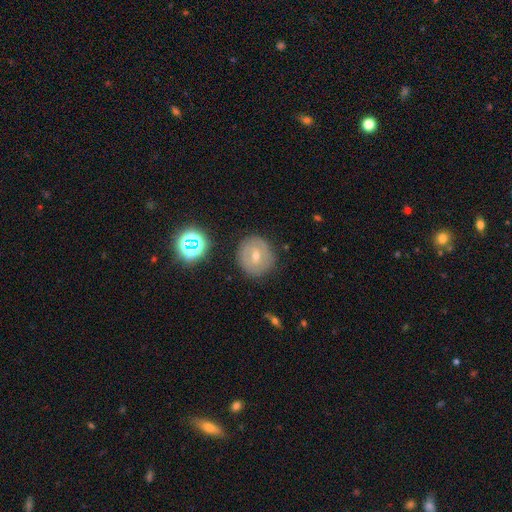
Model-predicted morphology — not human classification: featured or disk 53%, smooth 33%, star or artifact 13%. Down the decision tree: edge-on disk — no (96%); bar — weak (45%); spiral arms — yes (59%); bulge size — moderate (50%); merging — none (84%).